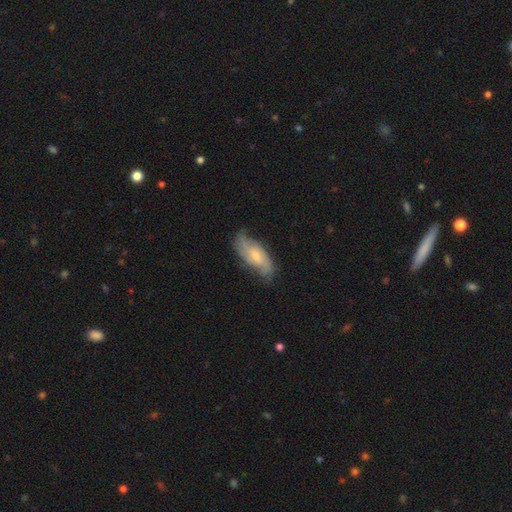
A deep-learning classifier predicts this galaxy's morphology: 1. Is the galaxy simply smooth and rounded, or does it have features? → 63% featured or disk, 31% smooth, 6% star or artifact.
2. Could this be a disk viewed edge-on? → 89% no, 11% yes.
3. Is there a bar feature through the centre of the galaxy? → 58% no, 35% weak, 6% strong.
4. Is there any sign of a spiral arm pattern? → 88% yes, 12% no.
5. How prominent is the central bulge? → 48% small, 43% moderate, 5% none, 3% large, 1% dominant.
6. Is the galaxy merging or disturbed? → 66% none, 25% minor disturbance, 8% major disturbance, 1% merger.